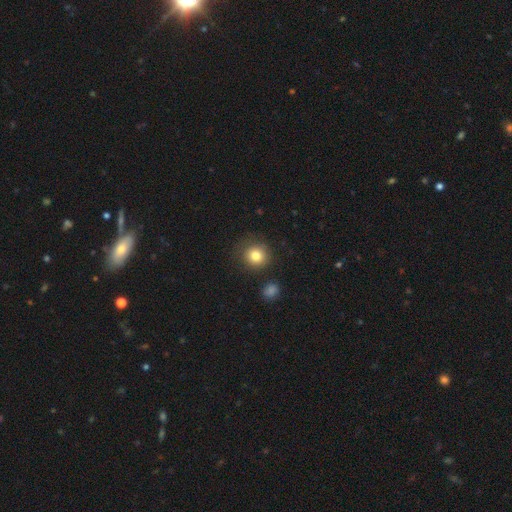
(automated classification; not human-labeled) This appears to be a smooth galaxy with no disk features (80%) that is round (92%). Merging: none (83%).